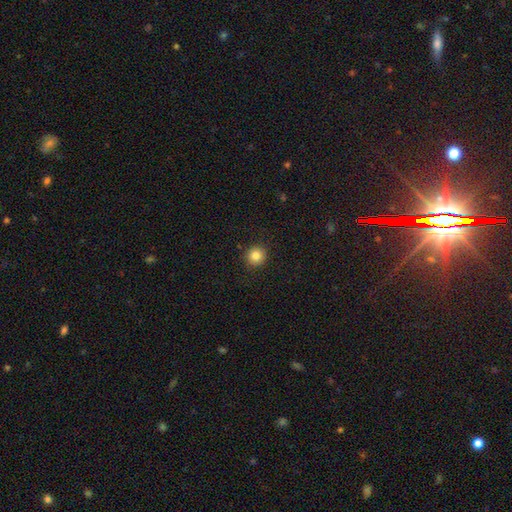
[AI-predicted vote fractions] Smooth or featured? Predicted: smooth (p=0.83). How rounded? Predicted: round (p=0.93). Merging? Predicted: none (p=0.91).